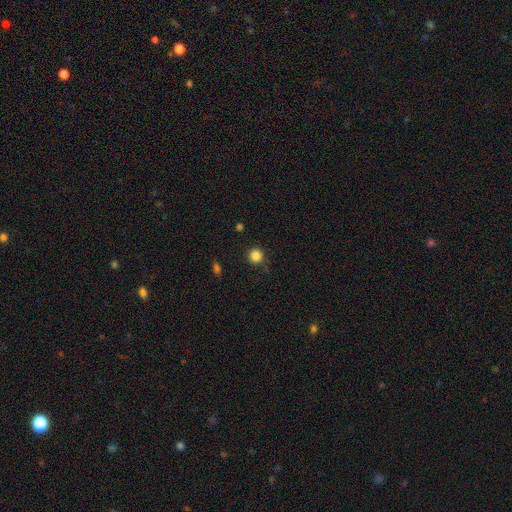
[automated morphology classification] The model was most divided on "smooth or featured": smooth: 85%, star or artifact: 11%, featured or disk: 4%. More confident: how rounded — round (93%); merging — none (87%).